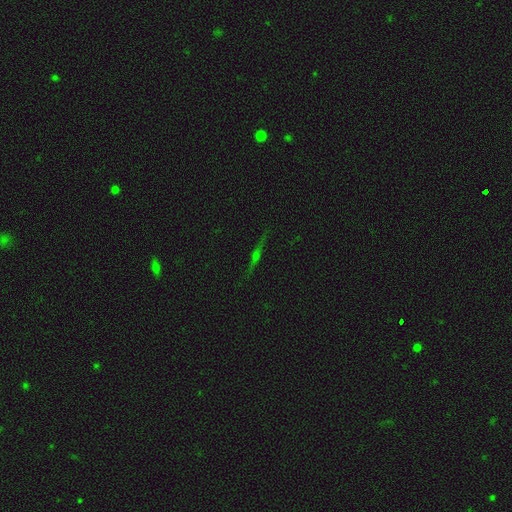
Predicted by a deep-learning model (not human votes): Smooth or featured: featured or disk — 54% (smooth — 23%)
Edge-on disk: yes — 94% (no — 6%)
Edge-on bulge: rounded — 62% (none — 21%)
Merging: none — 87% (minor disturbance — 9%)